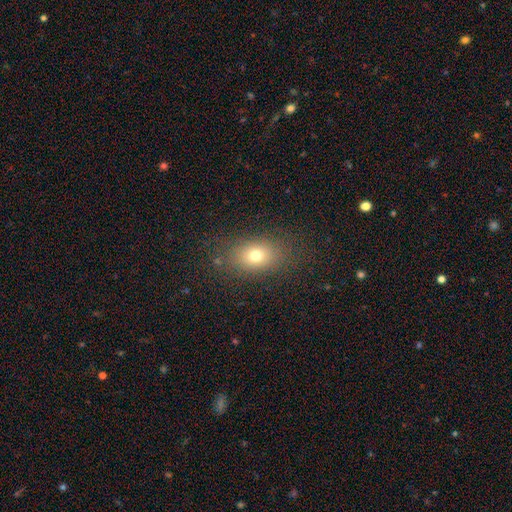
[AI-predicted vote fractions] Smooth or featured: smooth — 72% (star or artifact — 15%)
How rounded: in between — 68% (round — 31%)
Merging: none — 82% (minor disturbance — 11%)